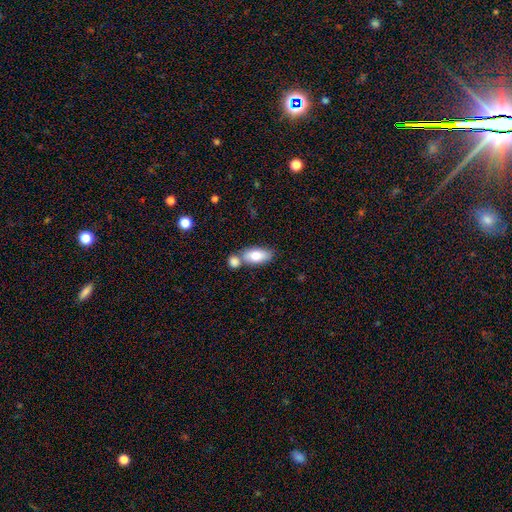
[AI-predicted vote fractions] A smooth galaxy with no disk features (77%) that is in between round and cigar-shaped (89%). Merging: none (45%).